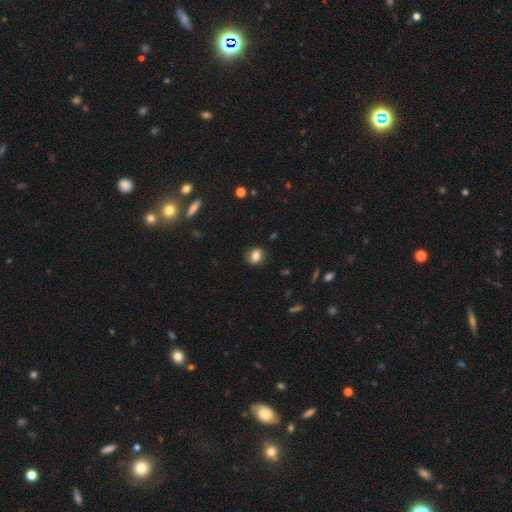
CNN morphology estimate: Smooth or featured?
  - smooth: 79% *
  - featured or disk: 11%
  - star or artifact: 10%
How rounded?
  - in between: 50% *
  - round: 48%
  - cigar-shaped: 2%
Merging?
  - none: 83% *
  - minor disturbance: 13%
  - major disturbance: 3%
  - merger: 1%